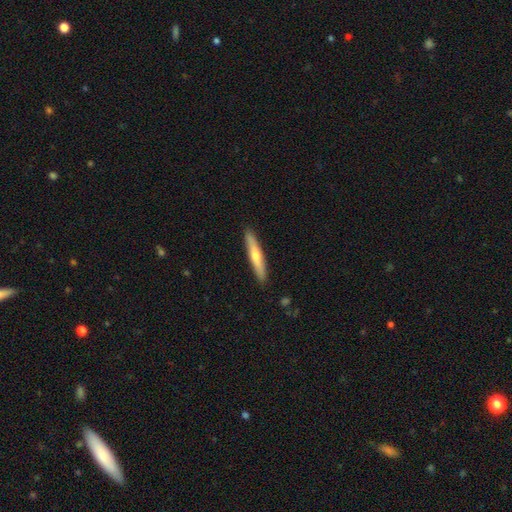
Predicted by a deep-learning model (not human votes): Morphology: type=smooth (51%); roundness=cigar-shaped (90%); merging=none (91%).